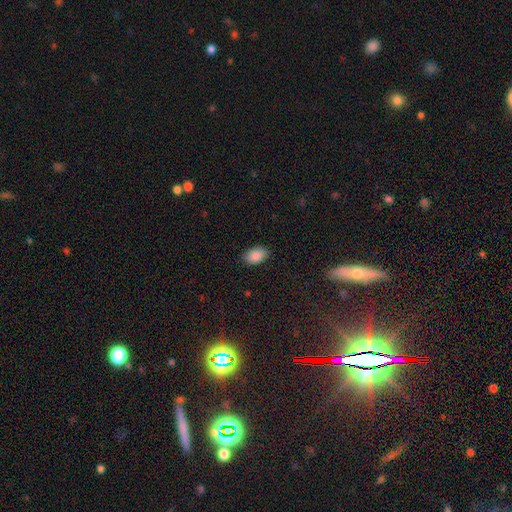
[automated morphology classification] Smooth or featured? smooth (89%)
How rounded? in between (91%)
Merging? none (85%)